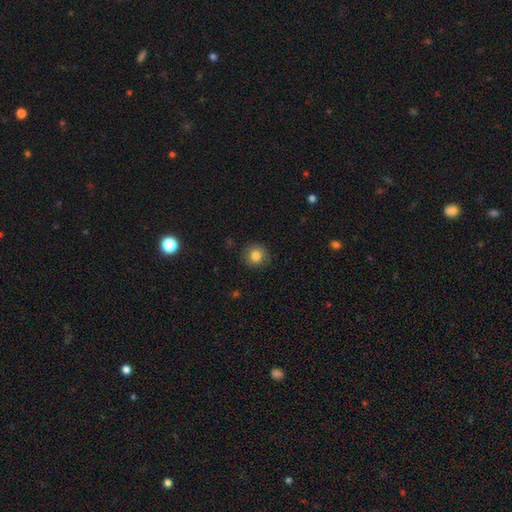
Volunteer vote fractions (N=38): Smooth or featured: smooth — 87% (star or artifact — 11%)
How rounded: round — 91% (in between — 6%)
Merging: none — 85% (minor disturbance — 6%)